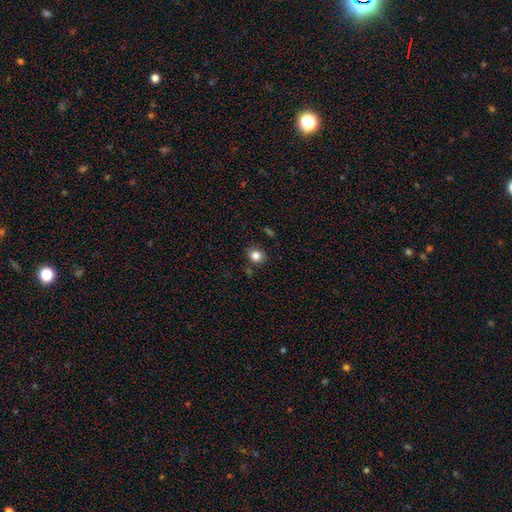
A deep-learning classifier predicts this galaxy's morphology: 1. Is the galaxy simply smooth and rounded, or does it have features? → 83% smooth, 11% star or artifact, 6% featured or disk.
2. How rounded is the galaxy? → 75% round, 24% in between, 1% cigar-shaped.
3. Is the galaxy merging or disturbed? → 82% none, 11% minor disturbance, 4% merger, 3% major disturbance.